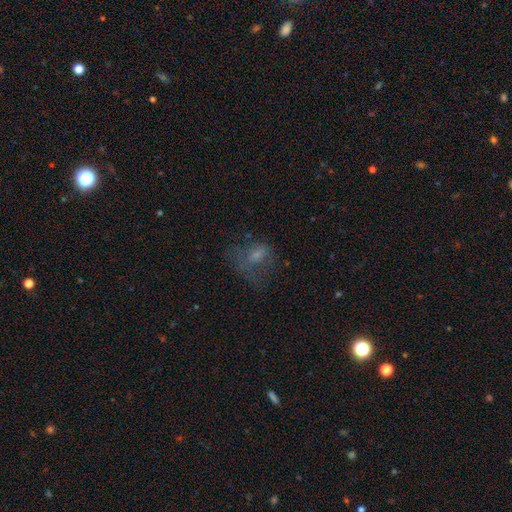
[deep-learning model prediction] Q: Smooth or featured?
A: smooth (49%); runner-up: featured or disk (32%)
Q: Merging?
A: major disturbance (44%); runner-up: none (33%)